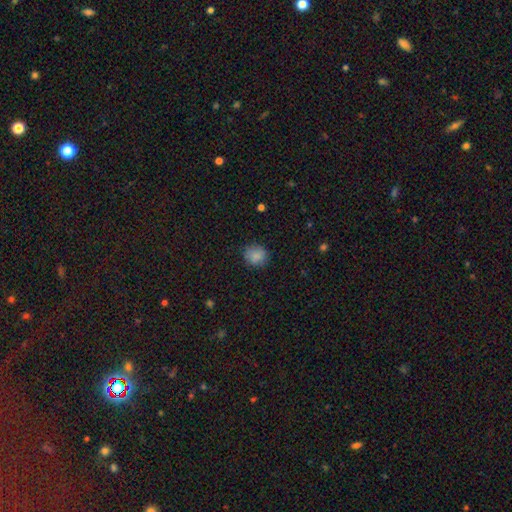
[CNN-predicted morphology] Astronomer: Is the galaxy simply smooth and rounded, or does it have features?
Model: smooth — 86%.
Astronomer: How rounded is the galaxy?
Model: round — 74%.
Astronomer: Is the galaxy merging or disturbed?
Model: none — 81%.